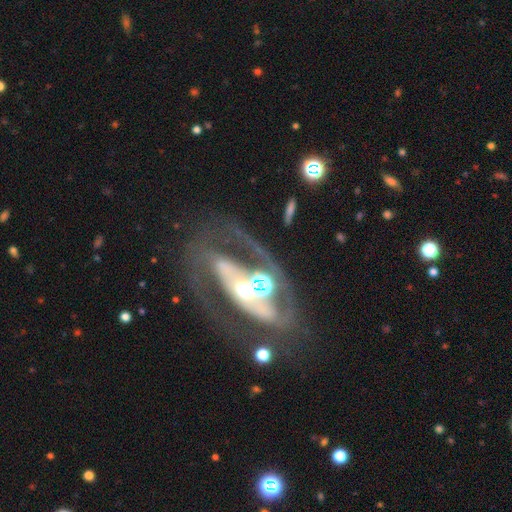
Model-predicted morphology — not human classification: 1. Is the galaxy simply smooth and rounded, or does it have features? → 84% featured or disk, 10% smooth, 6% star or artifact.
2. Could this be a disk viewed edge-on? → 92% no, 8% yes.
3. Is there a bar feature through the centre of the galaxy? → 47% no, 31% strong, 23% weak.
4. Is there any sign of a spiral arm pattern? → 73% yes, 27% no.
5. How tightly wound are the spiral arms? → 44% medium, 28% tight, 28% loose.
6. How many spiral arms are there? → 72% 2, 11% can't tell, 11% 1, 3% 3, 1% 4, 1% more than 4.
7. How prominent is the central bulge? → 56% moderate, 22% small, 15% large, 3% none, 3% dominant.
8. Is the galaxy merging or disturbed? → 37% none, 32% merger, 19% major disturbance, 13% minor disturbance.